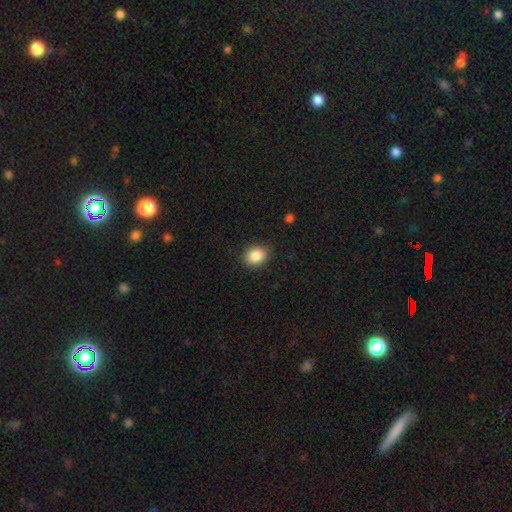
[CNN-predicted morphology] Smooth or featured?
  - smooth: 88% *
  - star or artifact: 8%
  - featured or disk: 4%
How rounded?
  - in between: 52% *
  - round: 47%
  - cigar-shaped: 1%
Merging?
  - none: 89% *
  - minor disturbance: 8%
  - major disturbance: 2%
  - merger: 1%